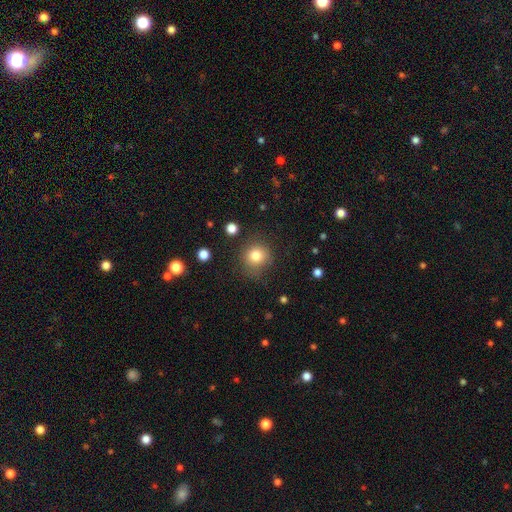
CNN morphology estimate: Smooth or featured?
  - smooth: 80% *
  - star or artifact: 12%
  - featured or disk: 8%
How rounded?
  - round: 87% *
  - in between: 12%
  - cigar-shaped: 1%
Merging?
  - none: 79% *
  - minor disturbance: 14%
  - major disturbance: 5%
  - merger: 2%